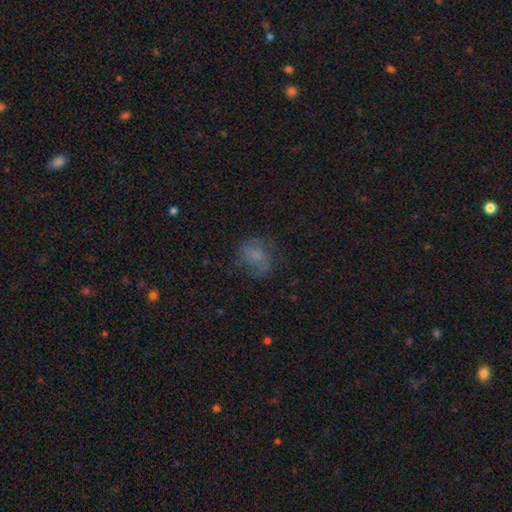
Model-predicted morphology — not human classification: Smooth or featured? smooth (49%)
Merging? none (61%)